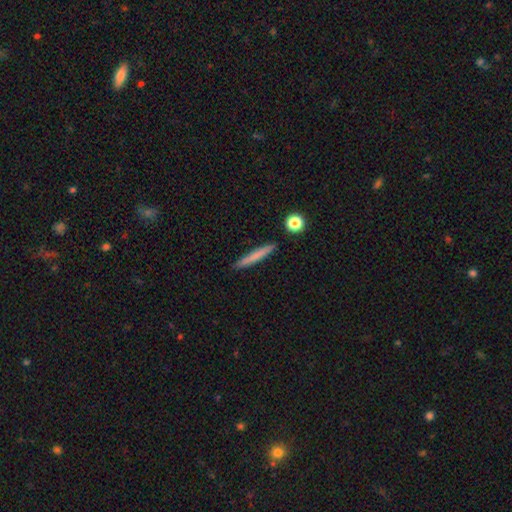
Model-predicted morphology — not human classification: Smooth or featured? smooth (69%)
How rounded? cigar-shaped (95%)
Merging? none (89%)